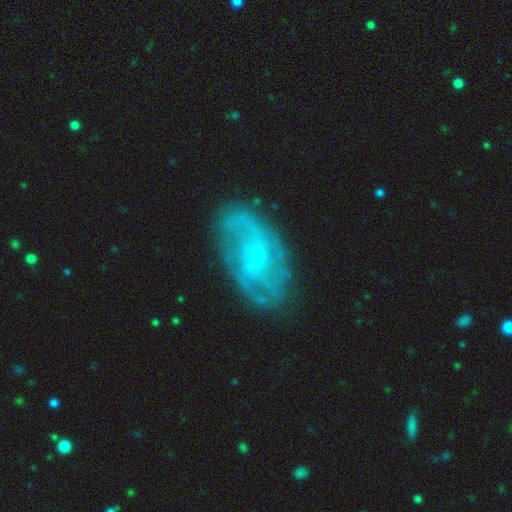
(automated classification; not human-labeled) Q: Smooth or featured?
A: featured or disk (77%); runner-up: smooth (16%)
Q: Edge-on disk?
A: no (96%); runner-up: yes (4%)
Q: Bar?
A: weak (47%); runner-up: no (43%)
Q: Spiral arms?
A: yes (86%); runner-up: no (14%)
Q: Spiral winding?
A: medium (42%); runner-up: tight (30%)
Q: Spiral arm count?
A: 2 (45%); runner-up: can't tell (33%)
Q: Bulge size?
A: small (61%); runner-up: none (22%)
Q: Merging?
A: none (72%); runner-up: minor disturbance (18%)